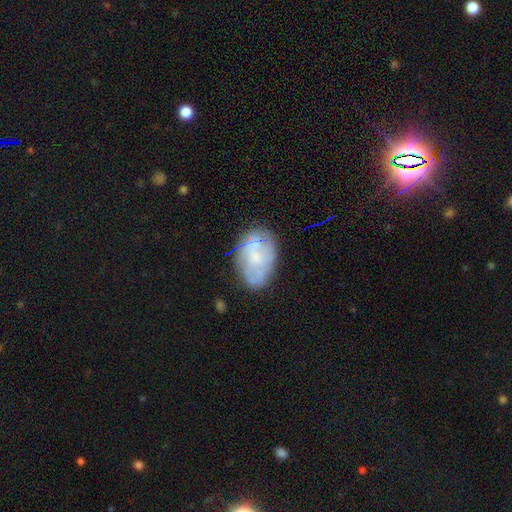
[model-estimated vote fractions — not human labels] A smooth galaxy with no disk features (46%, tied with featured or disk).

Vote fractions:
- Smooth or featured? smooth: 46% (tied) / featured or disk: 46% (tied) / star or artifact: 8%
- Merging? none: 66% / minor disturbance: 23% / major disturbance: 8% / merger: 3%